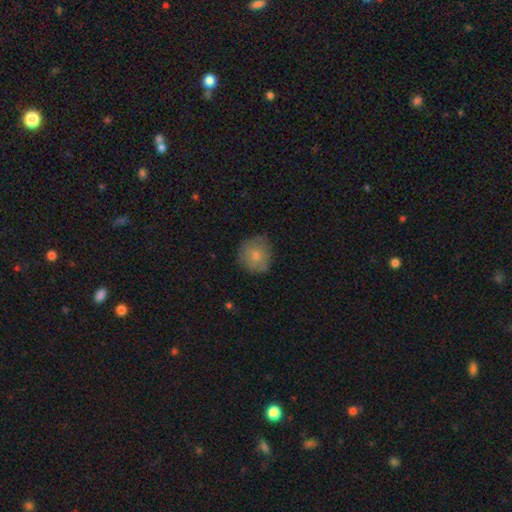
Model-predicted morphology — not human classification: smooth-or-featured: smooth: 76% | featured or disk: 16% | star or artifact: 8%
  how-rounded: round: 87% | in between: 13% | cigar-shaped: 1%
  merging: none: 72% | minor disturbance: 21% | major disturbance: 5% | merger: 1%